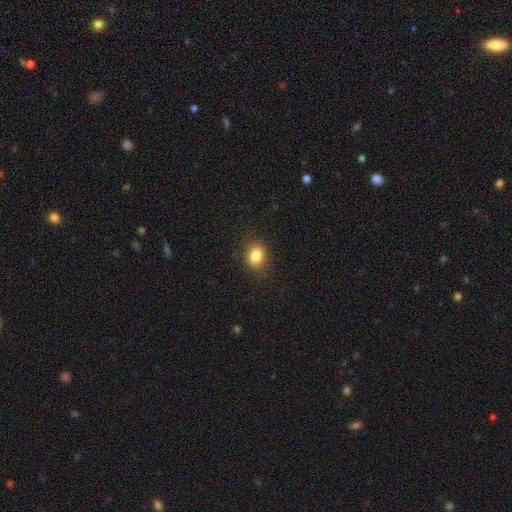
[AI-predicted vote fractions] Smooth or featured?
  - smooth: 83% *
  - star or artifact: 10%
  - featured or disk: 6%
How rounded?
  - in between: 60% *
  - round: 39%
  - cigar-shaped: 1%
Merging?
  - none: 84% *
  - minor disturbance: 12%
  - major disturbance: 3%
  - merger: 1%